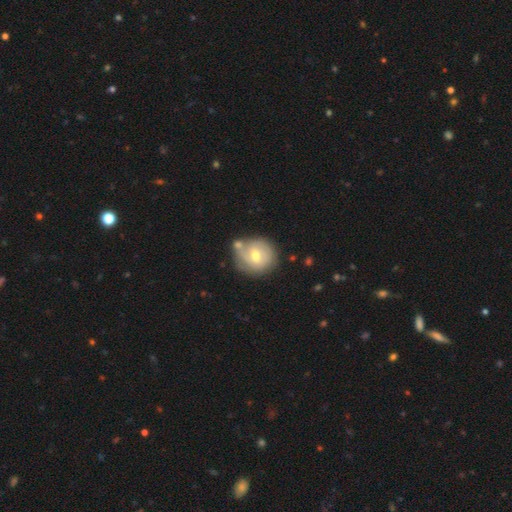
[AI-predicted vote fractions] smooth 50%, featured or disk 43%, star or artifact 7%. Down the decision tree: merging — none (52%).